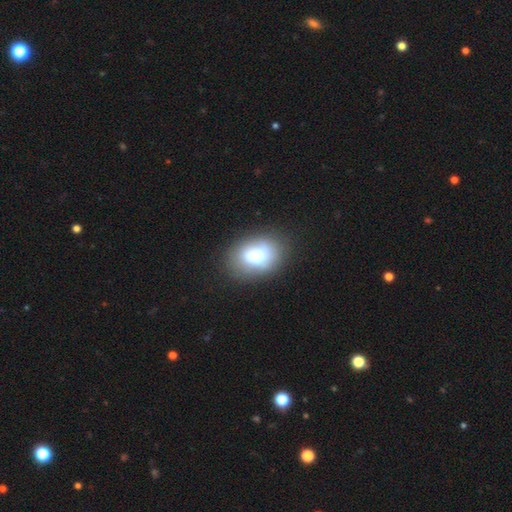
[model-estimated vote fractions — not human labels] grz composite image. It shows a smooth galaxy with no disk features (76%) that is in between round and cigar-shaped (74%). Merging: none (77%).